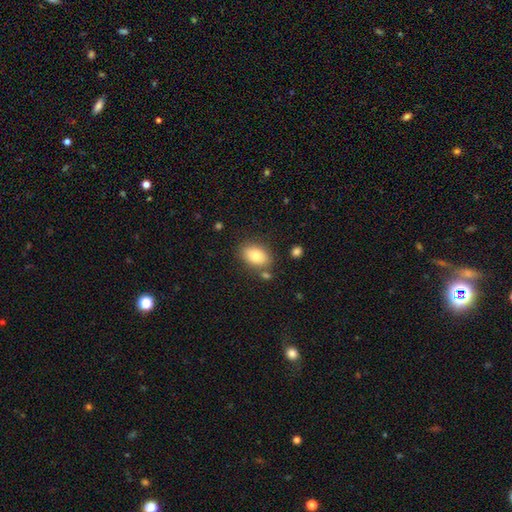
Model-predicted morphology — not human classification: A smooth galaxy with no disk features (82%) that is in between round and cigar-shaped (87%).

Vote fractions:
- Smooth or featured? smooth: 82% / featured or disk: 11% / star or artifact: 8%
- How rounded? in between: 87% / round: 12% / cigar-shaped: 1%
- Merging? none: 77% / minor disturbance: 13% / merger: 7% / major disturbance: 4%